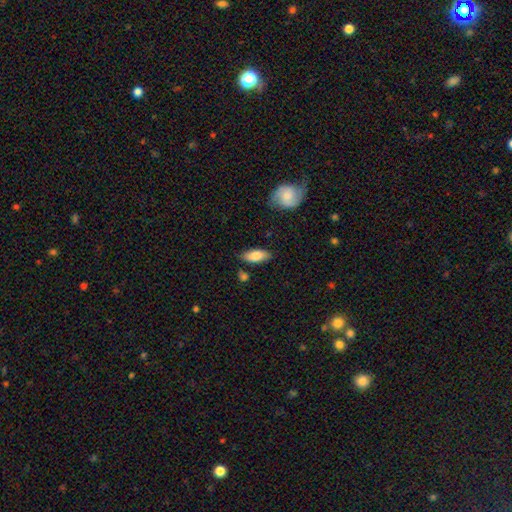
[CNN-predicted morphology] A smooth galaxy with no disk features (79%) that is in between round and cigar-shaped (84%).

Vote fractions:
- Smooth or featured? smooth: 79% / featured or disk: 15% / star or artifact: 6%
- How rounded? in between: 84% / cigar-shaped: 13% / round: 2%
- Merging? none: 80% / minor disturbance: 14% / merger: 3% / major disturbance: 3%